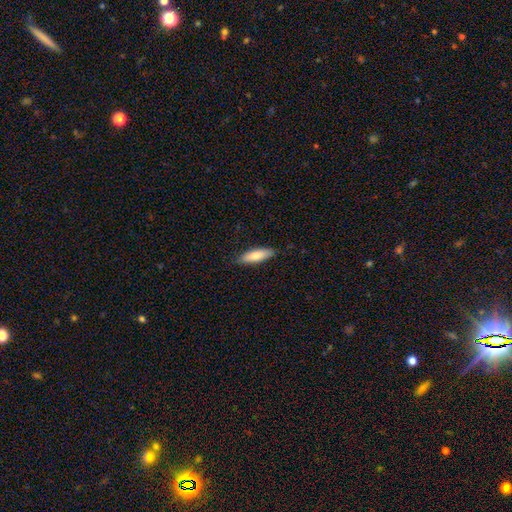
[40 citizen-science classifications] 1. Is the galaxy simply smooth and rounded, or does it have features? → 80% smooth, 18% featured or disk, 2% star or artifact.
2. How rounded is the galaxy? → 50% in between, 47% cigar-shaped, 3% round.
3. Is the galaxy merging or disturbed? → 90% none, 10% minor disturbance, 0% major disturbance, 0% merger.